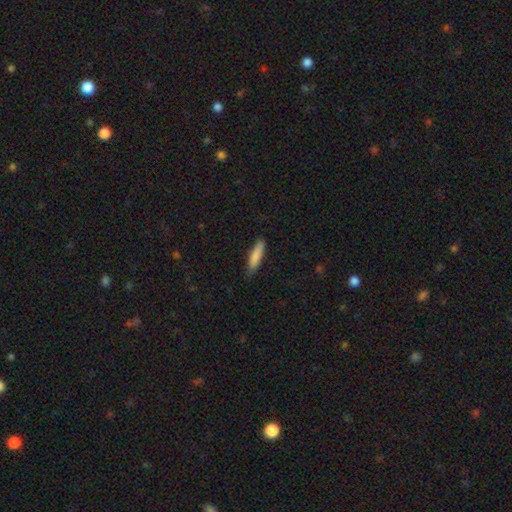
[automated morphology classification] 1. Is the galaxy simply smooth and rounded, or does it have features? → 84% smooth, 10% featured or disk, 6% star or artifact.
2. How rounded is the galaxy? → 75% cigar-shaped, 24% in between, 1% round.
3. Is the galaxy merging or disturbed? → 81% none, 15% minor disturbance, 2% major disturbance, 1% merger.